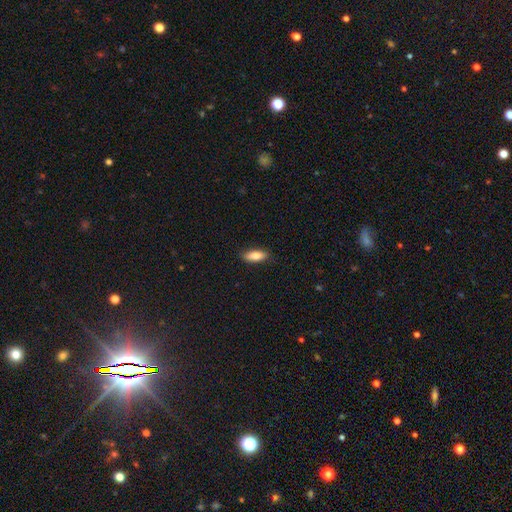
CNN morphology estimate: A smooth galaxy with no disk features (82%) that is in between round and cigar-shaped (76%).

Vote fractions:
- Smooth or featured? smooth: 82% / featured or disk: 11% / star or artifact: 6%
- How rounded? in between: 76% / cigar-shaped: 21% / round: 2%
- Merging? none: 87% / minor disturbance: 10% / major disturbance: 2% / merger: 1%